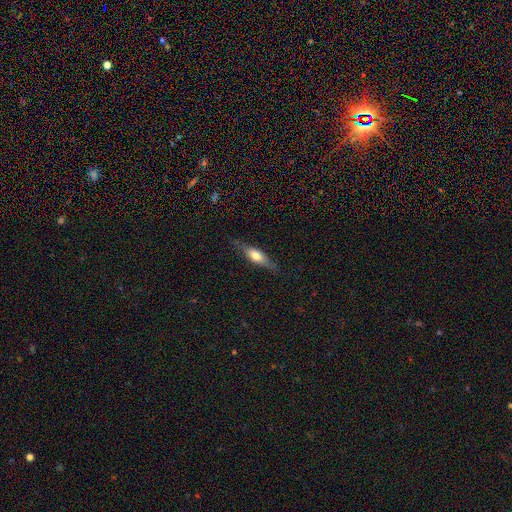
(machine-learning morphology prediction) Q: Smooth or featured?
A: smooth (52%); runner-up: featured or disk (42%)
Q: How rounded?
A: cigar-shaped (57%); runner-up: in between (40%)
Q: Merging?
A: none (77%); runner-up: minor disturbance (17%)